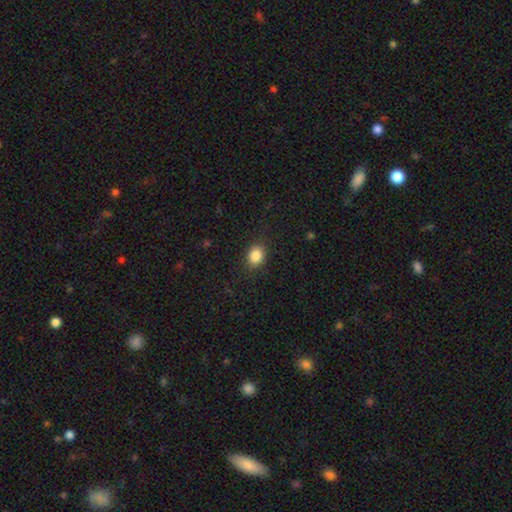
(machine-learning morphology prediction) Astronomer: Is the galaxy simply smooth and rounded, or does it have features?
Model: smooth — 86%.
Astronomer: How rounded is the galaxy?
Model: in between — 62%.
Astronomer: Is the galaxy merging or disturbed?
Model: none — 87%.